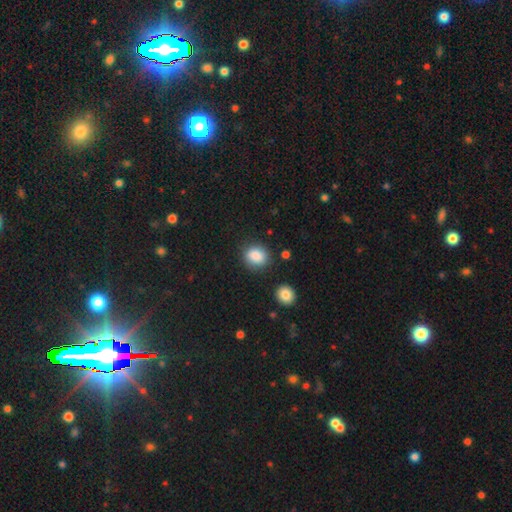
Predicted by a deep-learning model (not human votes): smooth 87%, star or artifact 9%, featured or disk 4%. Down the decision tree: how rounded — round (63%); merging — none (82%).